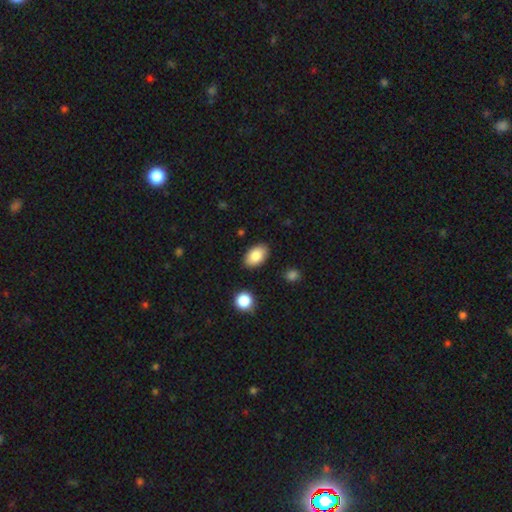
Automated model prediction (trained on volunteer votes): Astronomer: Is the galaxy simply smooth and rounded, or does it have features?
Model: smooth — 85%.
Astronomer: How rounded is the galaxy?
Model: in between — 92%.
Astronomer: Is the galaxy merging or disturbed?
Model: none — 87%.